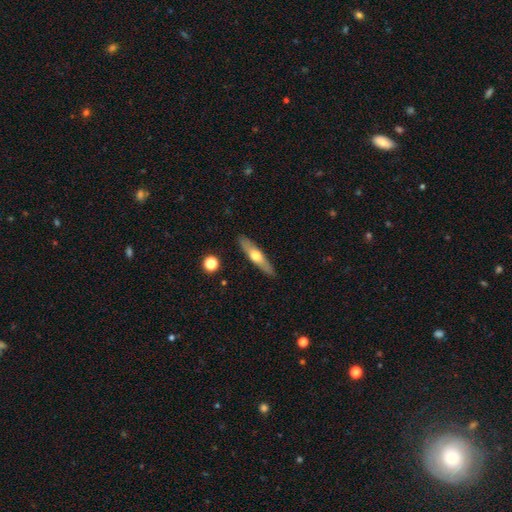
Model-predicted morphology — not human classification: A featured or disk galaxy (50%) viewed edge-on (87%). Merging: none (89%).